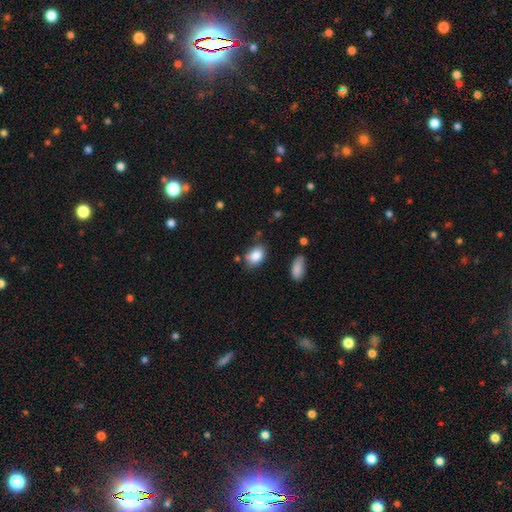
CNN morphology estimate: A smooth galaxy with no disk features (84%) that is in between round and cigar-shaped (81%). Merging: none (64%).